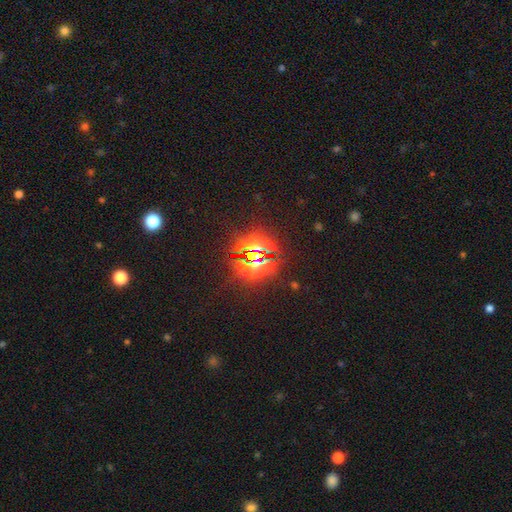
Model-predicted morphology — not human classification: Smooth or featured? star or artifact (78%)